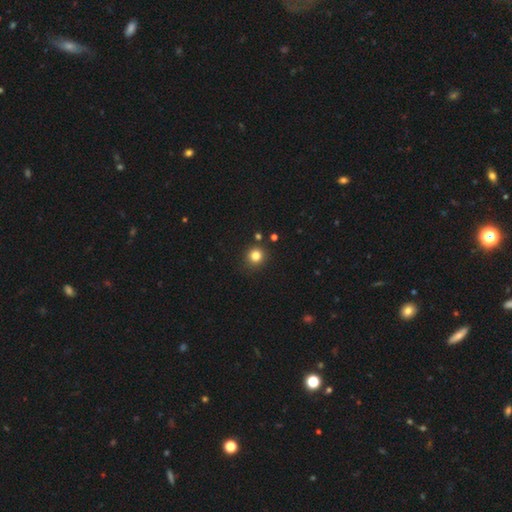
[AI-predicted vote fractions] smooth-or-featured: smooth: 81% | star or artifact: 13% | featured or disk: 5%
  how-rounded: round: 90% | in between: 9% | cigar-shaped: 1%
  merging: none: 86% | minor disturbance: 8% | merger: 4% | major disturbance: 2%